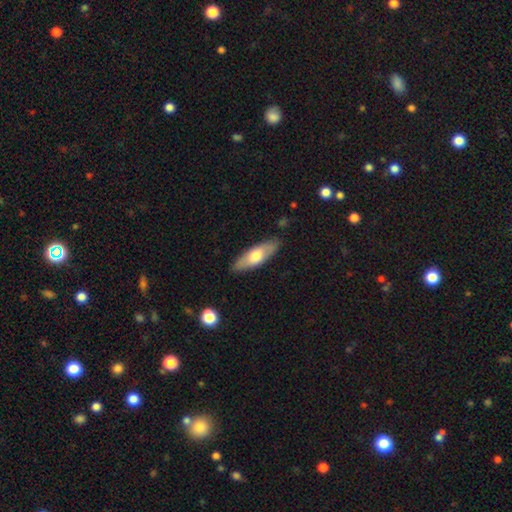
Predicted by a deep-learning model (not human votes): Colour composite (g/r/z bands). It shows a smooth galaxy with no disk features (60%) that is in between round and cigar-shaped (60%). Merging: none (86%).